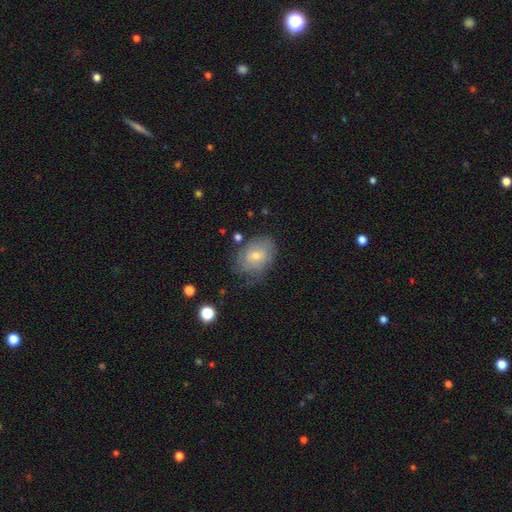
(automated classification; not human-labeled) smooth 60%, featured or disk 32%, star or artifact 8%. Down the decision tree: how rounded — in between (74%); merging — none (57%).